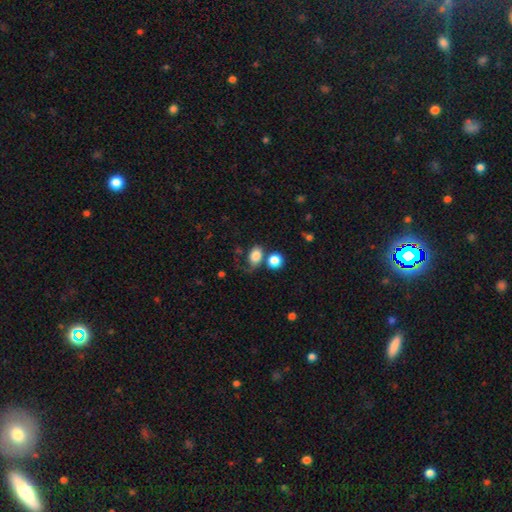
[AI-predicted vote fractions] This is clearly a smooth galaxy (81%). How rounded: likely in between (67%). Merging: possibly none (48%).